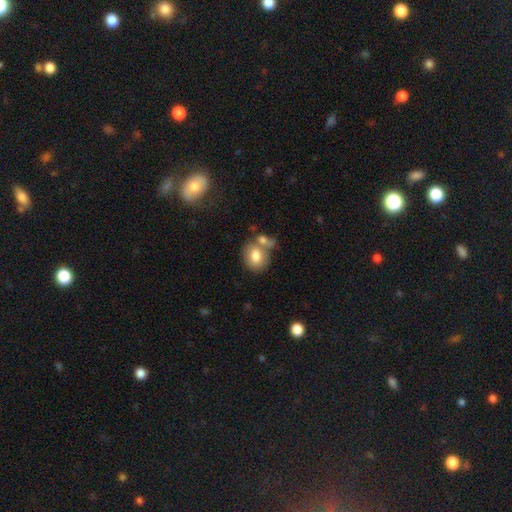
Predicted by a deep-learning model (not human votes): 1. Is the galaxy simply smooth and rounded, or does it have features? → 78% smooth, 14% featured or disk, 8% star or artifact.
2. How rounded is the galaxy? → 55% in between, 43% round, 1% cigar-shaped.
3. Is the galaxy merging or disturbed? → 48% none, 33% merger, 14% minor disturbance, 5% major disturbance.